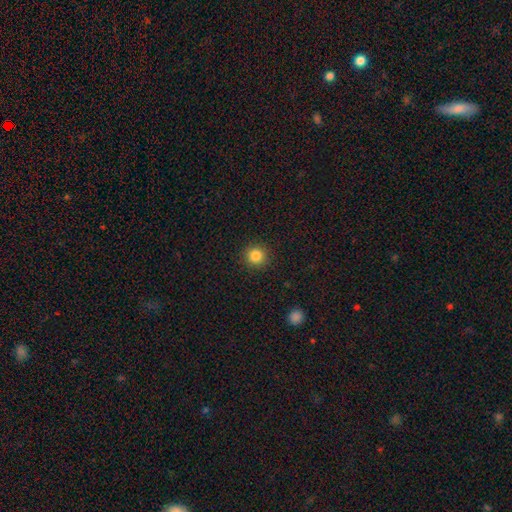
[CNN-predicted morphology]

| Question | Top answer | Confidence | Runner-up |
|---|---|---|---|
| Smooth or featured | smooth | 85% | star or artifact (11%) |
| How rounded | round | 94% | in between (6%) |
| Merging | none | 91% | minor disturbance (6%) |